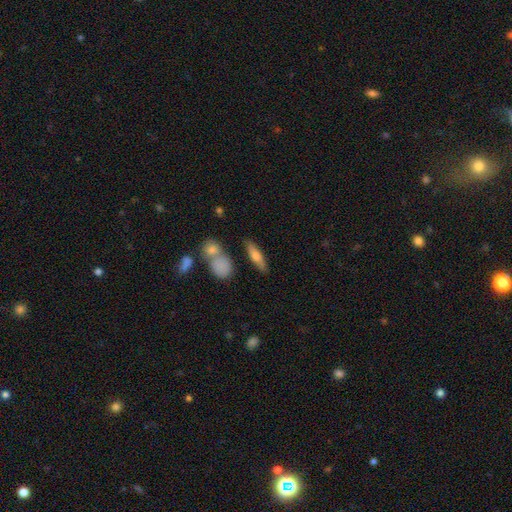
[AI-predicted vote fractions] This appears to be a smooth galaxy with no disk features (65%) that is cigar-shaped (61%). Merging: none (76%).